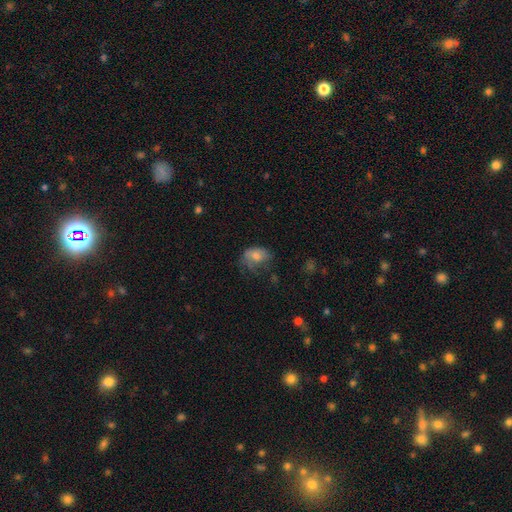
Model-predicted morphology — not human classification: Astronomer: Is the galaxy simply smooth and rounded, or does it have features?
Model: smooth — 67%.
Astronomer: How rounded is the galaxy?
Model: in between — 77%.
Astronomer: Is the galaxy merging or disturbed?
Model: none — 37% (runner-up: minor disturbance, 31%).